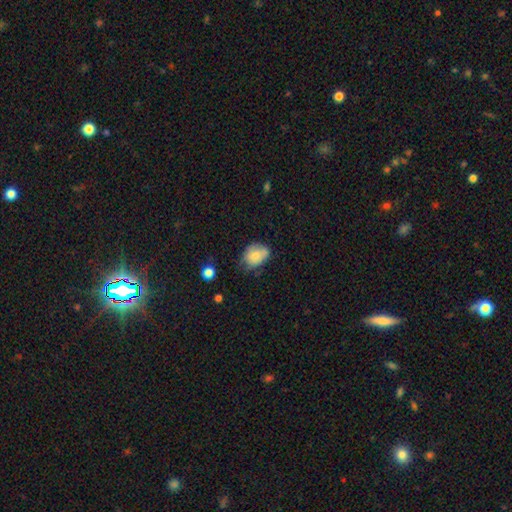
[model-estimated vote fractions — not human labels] Morphology: type=smooth (75%); roundness=in between (59%); merging=none (47%).